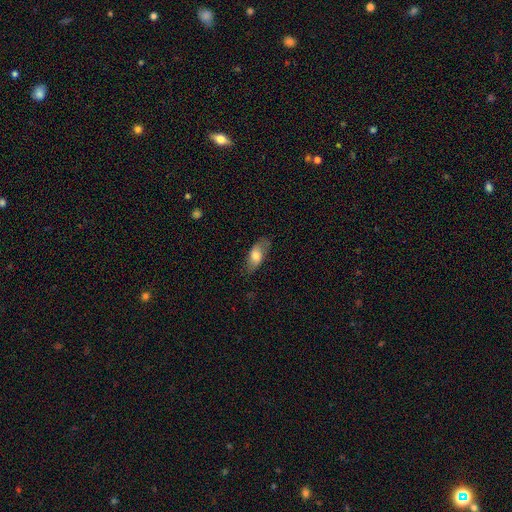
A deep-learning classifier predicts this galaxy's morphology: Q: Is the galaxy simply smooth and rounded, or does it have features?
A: smooth — 68%.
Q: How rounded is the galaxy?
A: in between — 85%.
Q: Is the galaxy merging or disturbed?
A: none — 72%.